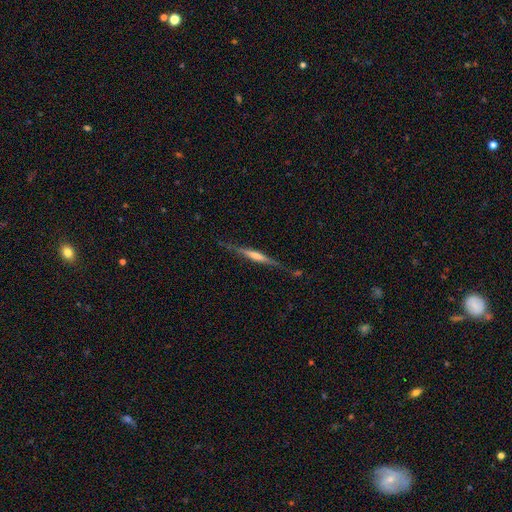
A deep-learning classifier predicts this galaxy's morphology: Smooth or featured? Predicted: featured or disk (p=0.70). Edge-on disk? Predicted: yes (p=0.96). Edge-on bulge? Predicted: rounded (p=0.46). Merging? Predicted: none (p=0.79).